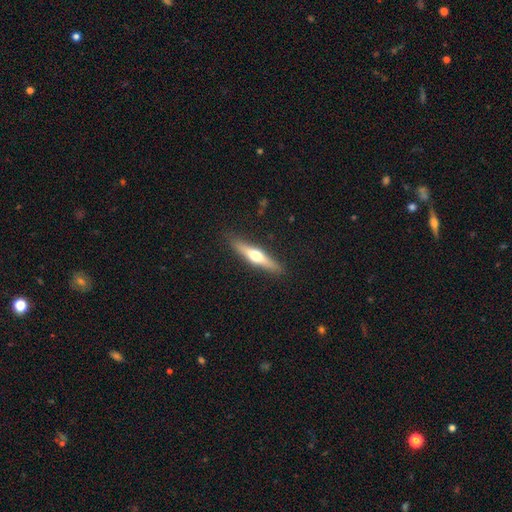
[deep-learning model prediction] smooth-or-featured: featured or disk: 55% | smooth: 40% | star or artifact: 5%
  disk-edge-on: yes: 94% | no: 6%
    edge-on-bulge: rounded: 92% | none: 4% | boxy: 3%
  merging: none: 89% | minor disturbance: 8% | major disturbance: 2% | merger: 1%